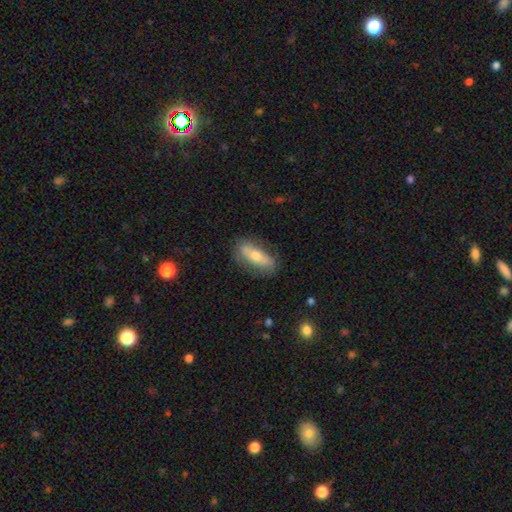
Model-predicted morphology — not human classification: Q: Smooth or featured?
A: smooth (56%); runner-up: featured or disk (37%)
Q: How rounded?
A: in between (60%); runner-up: cigar-shaped (37%)
Q: Merging?
A: none (80%); runner-up: minor disturbance (15%)